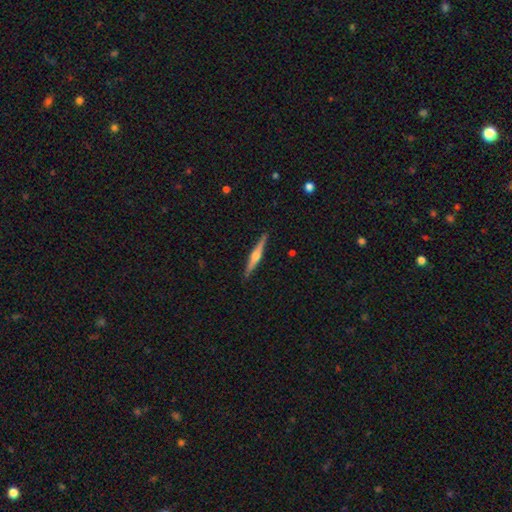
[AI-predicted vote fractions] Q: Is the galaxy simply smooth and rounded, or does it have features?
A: featured or disk — 73%.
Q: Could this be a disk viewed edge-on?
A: yes — 98%.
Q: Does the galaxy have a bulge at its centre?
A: rounded — 90%.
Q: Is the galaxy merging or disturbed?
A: none — 91%.